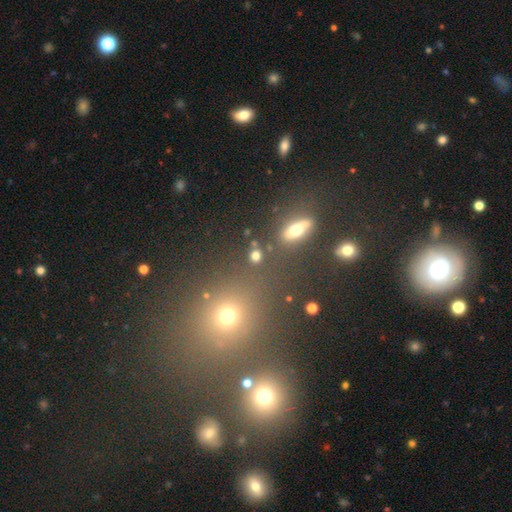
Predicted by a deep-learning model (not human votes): The model was most divided on "how rounded": round: 68%, in between: 28%, cigar-shaped: 4%. More confident: merging — none (79%); smooth or featured — smooth (74%).